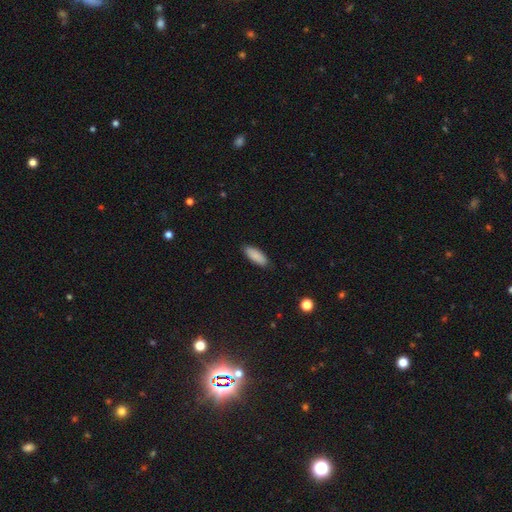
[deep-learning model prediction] A smooth galaxy with no disk features (89%) that is in between round and cigar-shaped (72%).

Vote fractions:
- Smooth or featured? smooth: 89% / star or artifact: 6% / featured or disk: 5%
- How rounded? in between: 72% / cigar-shaped: 26% / round: 2%
- Merging? none: 86% / minor disturbance: 11% / major disturbance: 2% / merger: 1%